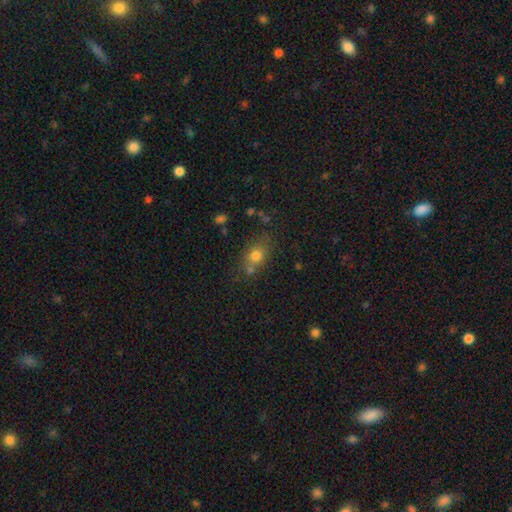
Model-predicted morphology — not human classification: Smooth or featured: smooth — 69% (star or artifact — 19%)
How rounded: round — 52% (in between — 46%)
Merging: none — 63% (merger — 19%)